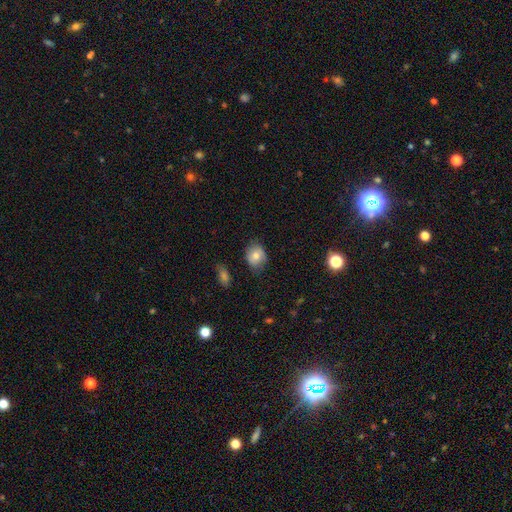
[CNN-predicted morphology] Smooth or featured?
  - smooth: 73% *
  - featured or disk: 19%
  - star or artifact: 9%
How rounded?
  - round: 53% *
  - in between: 45%
  - cigar-shaped: 1%
Merging?
  - none: 68% *
  - minor disturbance: 25%
  - major disturbance: 5%
  - merger: 2%